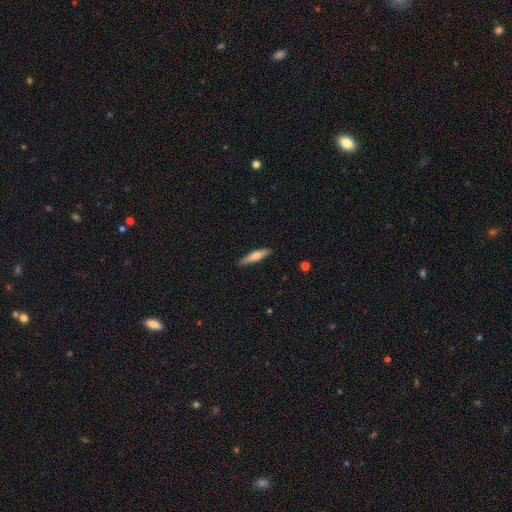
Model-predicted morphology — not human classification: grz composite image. It shows a smooth galaxy with no disk features (56%) that is cigar-shaped (83%). Merging: none (90%).